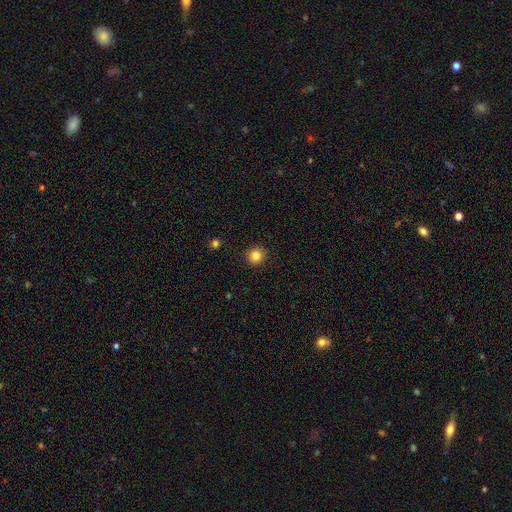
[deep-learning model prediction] Q: Smooth or featured?
A: smooth (84%); runner-up: star or artifact (11%)
Q: How rounded?
A: round (93%); runner-up: in between (6%)
Q: Merging?
A: none (93%); runner-up: minor disturbance (5%)